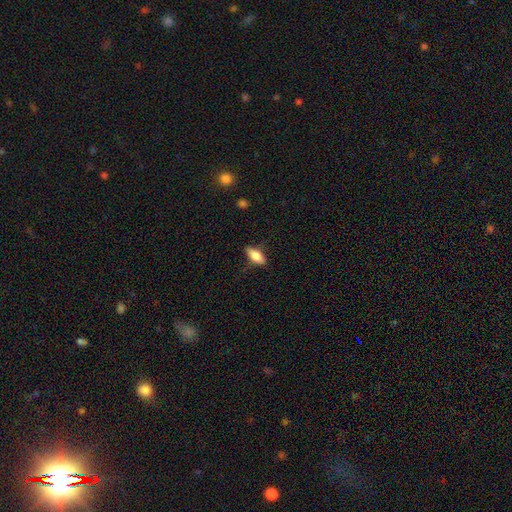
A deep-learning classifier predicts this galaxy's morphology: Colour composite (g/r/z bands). It shows a smooth galaxy with no disk features (72%) that is in between round and cigar-shaped (78%). Merging: none (80%).